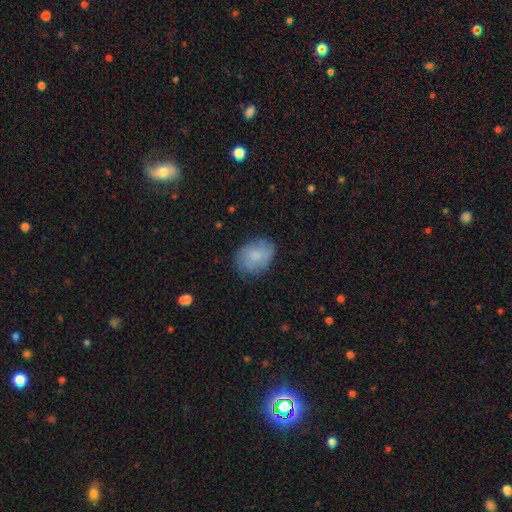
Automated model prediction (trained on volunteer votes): Morphology: type=smooth (74%); roundness=in between (72%); merging=none (72%).